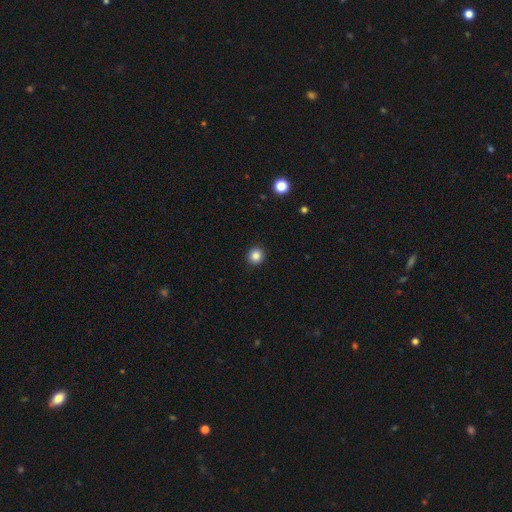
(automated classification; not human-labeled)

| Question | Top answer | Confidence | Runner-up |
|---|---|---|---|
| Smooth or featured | smooth | 85% | star or artifact (11%) |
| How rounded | round | 93% | in between (6%) |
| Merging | none | 93% | minor disturbance (5%) |